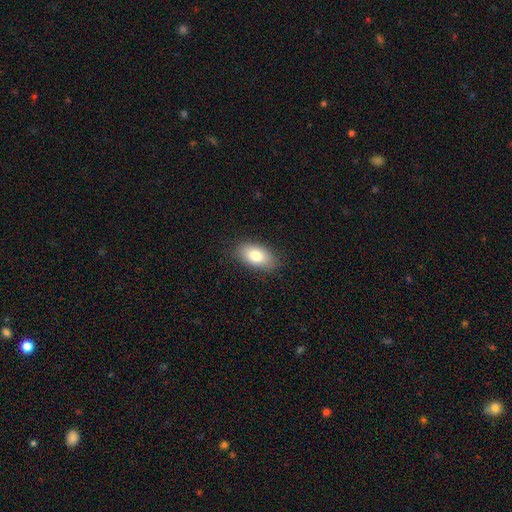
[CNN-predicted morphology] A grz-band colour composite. It shows a smooth galaxy with no disk features (81%) that is in between round and cigar-shaped (92%). Merging: none (85%).